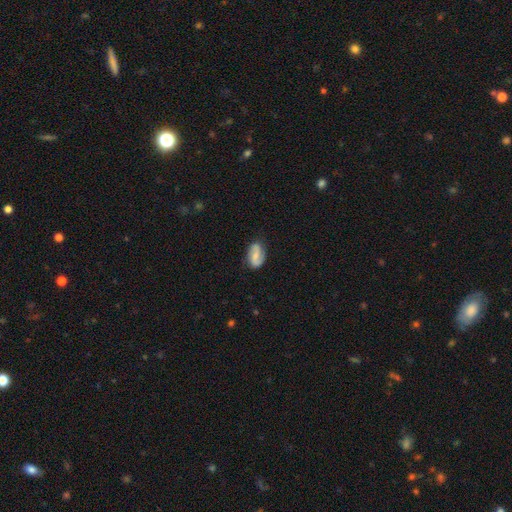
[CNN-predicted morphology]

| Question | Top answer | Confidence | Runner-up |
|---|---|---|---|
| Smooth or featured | featured or disk | 61% | smooth (32%) |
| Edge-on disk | no | 97% | yes (3%) |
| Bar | weak | 42% | no (38%) |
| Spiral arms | yes | 92% | no (8%) |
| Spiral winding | loose | 44% | medium (37%) |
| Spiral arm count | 2 | 88% | can't tell (6%) |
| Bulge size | small | 47% | moderate (31%) |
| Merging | none | 76% | minor disturbance (18%) |